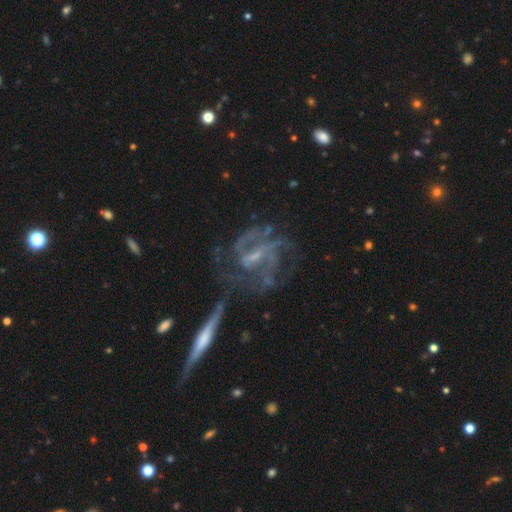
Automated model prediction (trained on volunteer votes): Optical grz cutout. It shows a featured or disk galaxy (84%) with a weak bar (48%), 2 (33%) medium (48%) spiral arms (90%) and a small central bulge (50%). Merging: none (50%).